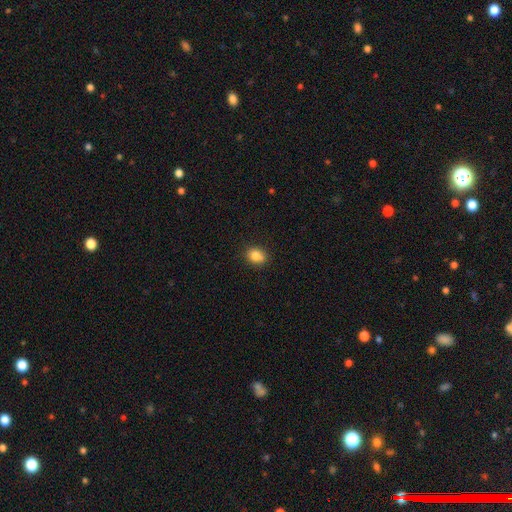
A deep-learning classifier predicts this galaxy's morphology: This appears to be a smooth galaxy with no disk features (81%) that is round (54%). Merging: none (68%).